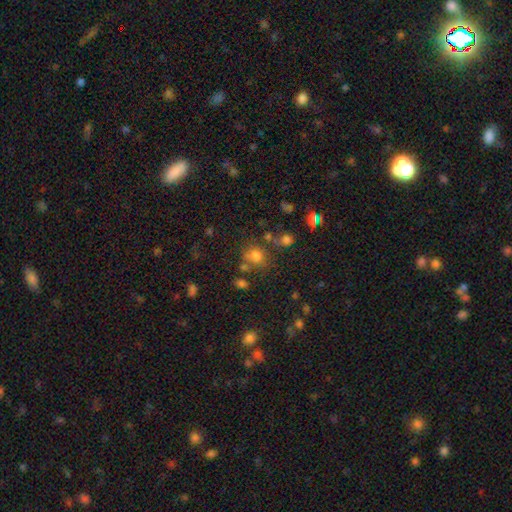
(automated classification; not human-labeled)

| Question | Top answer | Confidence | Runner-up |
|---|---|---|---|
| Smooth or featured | smooth | 72% | star or artifact (18%) |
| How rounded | round | 69% | in between (30%) |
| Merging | none | 58% | merger (18%) |